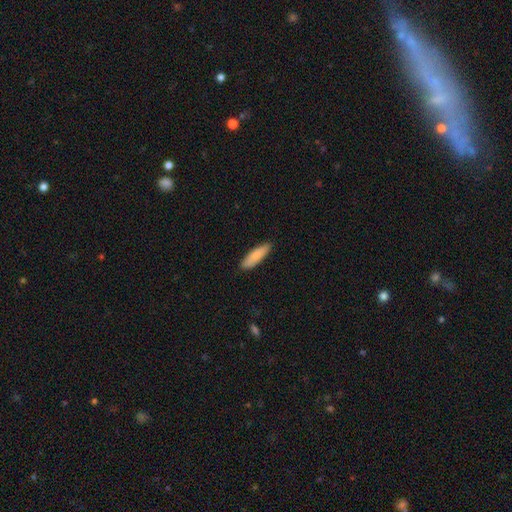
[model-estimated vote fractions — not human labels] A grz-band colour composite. It shows a smooth galaxy with no disk features (83%) that is cigar-shaped (58%). Merging: none (88%).